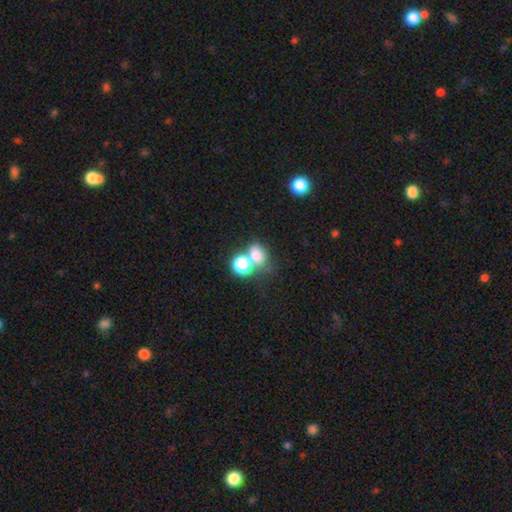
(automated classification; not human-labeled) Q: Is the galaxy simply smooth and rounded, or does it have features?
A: smooth — 74%.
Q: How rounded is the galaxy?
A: round — 53%.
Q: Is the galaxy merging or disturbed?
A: merger — 45%.